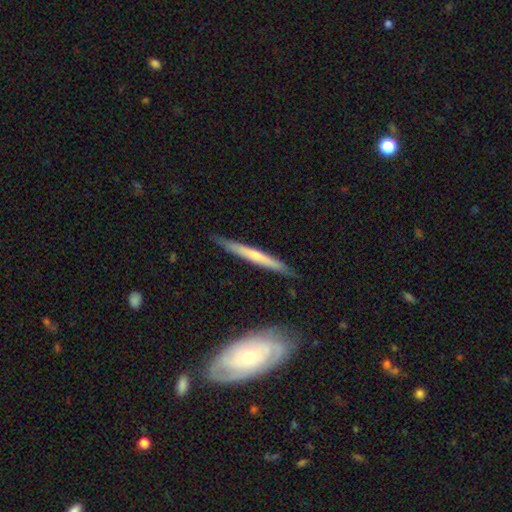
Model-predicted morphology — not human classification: Smooth or featured: featured or disk — 51% (smooth — 43%)
Edge-on disk: yes — 94% (no — 6%)
Merging: none — 87% (minor disturbance — 10%)